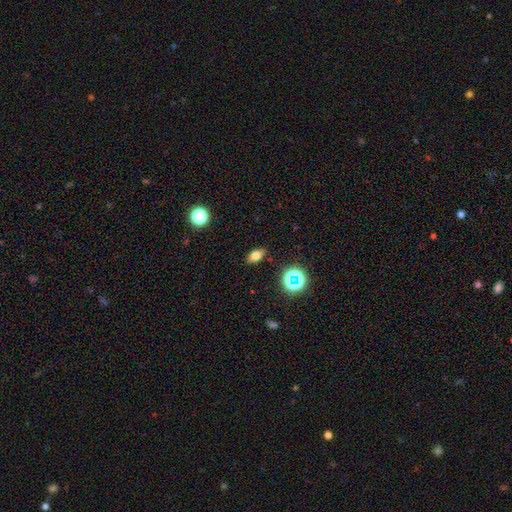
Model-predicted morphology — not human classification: A smooth galaxy with no disk features (72%) that is in between round and cigar-shaped (84%). Merging: none (87%).